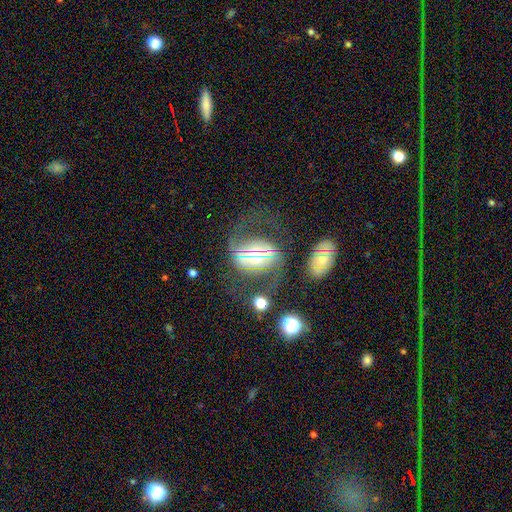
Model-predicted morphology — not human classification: Q: Smooth or featured?
A: featured or disk (62%); runner-up: smooth (22%)
Q: Edge-on disk?
A: no (78%); runner-up: yes (22%)
Q: Merging?
A: none (50%); runner-up: major disturbance (27%)